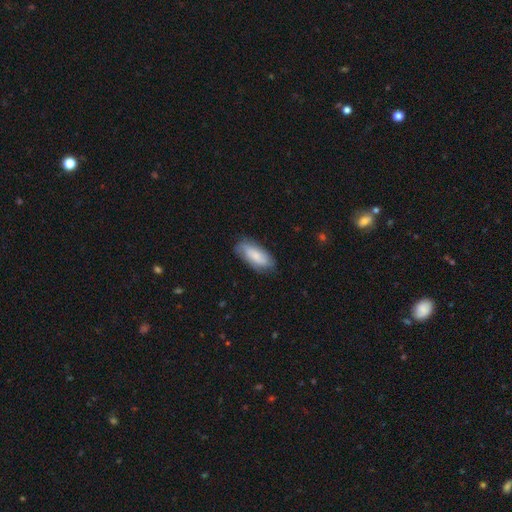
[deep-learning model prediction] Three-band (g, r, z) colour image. It shows a smooth galaxy with no disk features (64%) that is in between round and cigar-shaped (82%). Merging: none (74%).